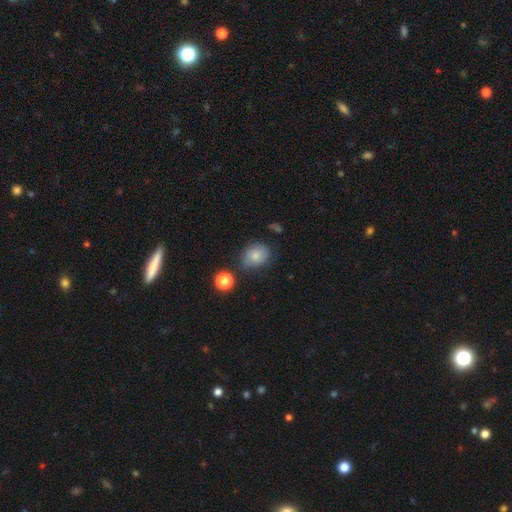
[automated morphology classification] A smooth galaxy with no disk features (78%) that is round (57%).

Vote fractions:
- Smooth or featured? smooth: 78% / featured or disk: 12% / star or artifact: 11%
- How rounded? round: 57% / in between: 42% / cigar-shaped: 1%
- Merging? none: 59% / minor disturbance: 27% / major disturbance: 8% / merger: 5%